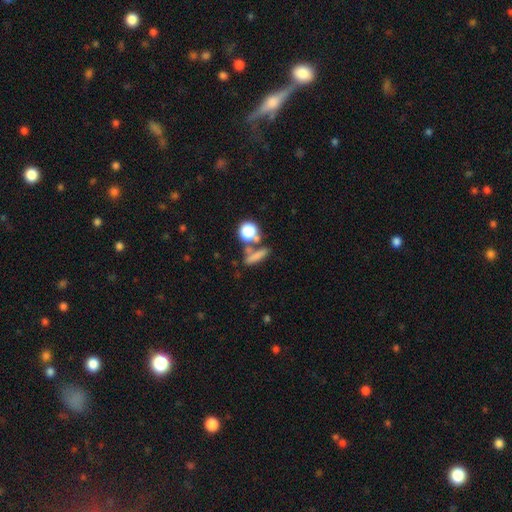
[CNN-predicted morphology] type=smooth (72%); roundness=cigar-shaped (48%); merging=none (57%).